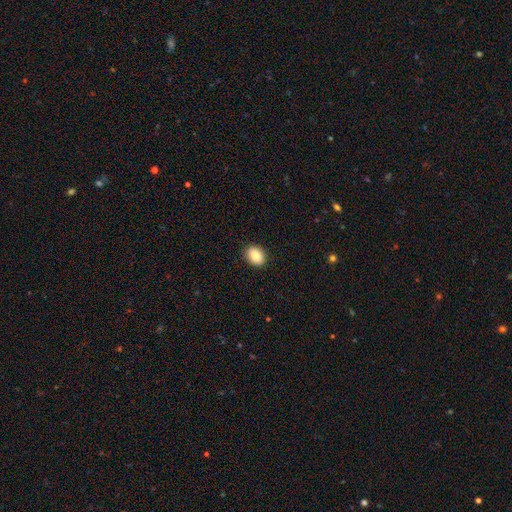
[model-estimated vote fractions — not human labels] Smooth or featured? Predicted: smooth (p=0.86). How rounded? Predicted: in between (p=0.71). Merging? Predicted: none (p=0.90).